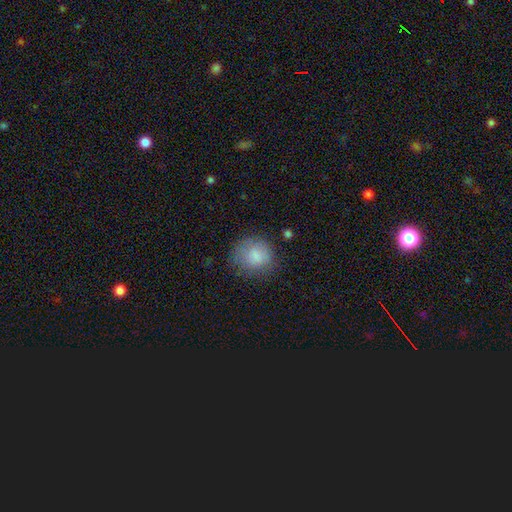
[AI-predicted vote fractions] The model was most divided on "merging": none: 70%, minor disturbance: 20%, major disturbance: 8%, merger: 2%. More confident: smooth or featured — smooth (81%); how rounded — round (79%).